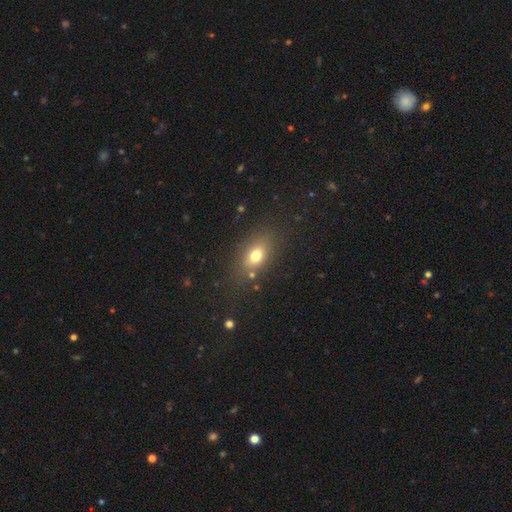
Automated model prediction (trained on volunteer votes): Overall: smooth (74%). How rounded: in between (74%). Merging: none (79%).